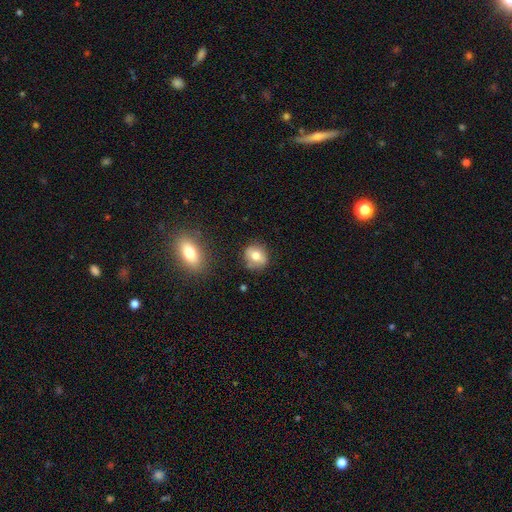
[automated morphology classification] The model was most divided on "how rounded": round: 69%, in between: 30%, cigar-shaped: 1%. More confident: merging — none (76%); smooth or featured — smooth (69%).